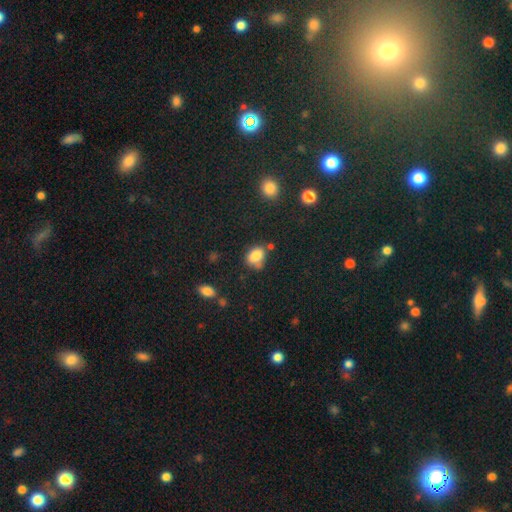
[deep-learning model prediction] Smooth or featured: smooth — 81% (star or artifact — 10%)
How rounded: in between — 69% (round — 30%)
Merging: none — 55% (minor disturbance — 23%)